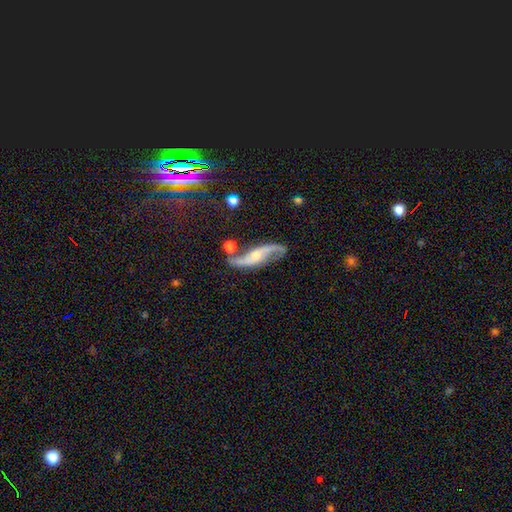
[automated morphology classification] smooth-or-featured: featured or disk: 86% | smooth: 8% | star or artifact: 6%
  disk-edge-on: no: 89% | yes: 11%
    bar: no: 50% | weak: 31% | strong: 18%
    has-spiral-arms: yes: 96% | no: 4%
      spiral-winding: loose: 77% | medium: 17% | tight: 6%
      spiral-arm-count: 2: 93% | can't tell: 2% | 1: 2% | 3: 1% | 4: 1% | more than 4: 1%
    bulge-size: small: 50% | moderate: 41% | none: 4% | large: 3% | dominant: 1%
  merging: none: 70% | minor disturbance: 15% | merger: 7% | major disturbance: 7%